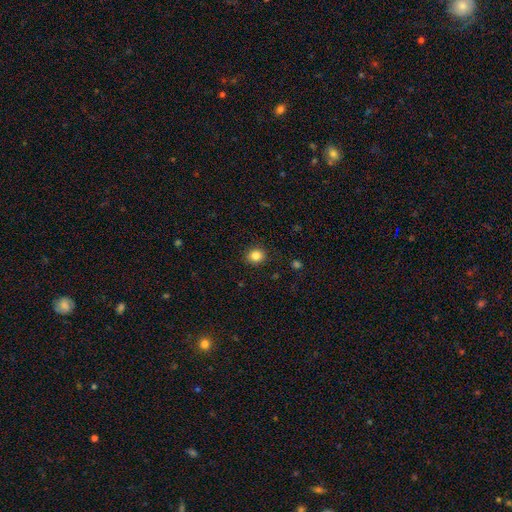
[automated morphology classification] A smooth galaxy with no disk features (84%) that is round (86%).

Vote fractions:
- Smooth or featured? smooth: 84% / star or artifact: 11% / featured or disk: 5%
- How rounded? round: 86% / in between: 13% / cigar-shaped: 1%
- Merging? none: 91% / minor disturbance: 6% / major disturbance: 2% / merger: 1%